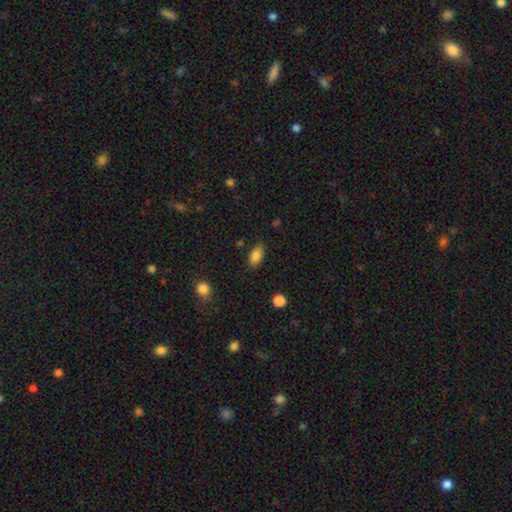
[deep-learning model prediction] smooth-or-featured: smooth: 85% | star or artifact: 9% | featured or disk: 6%
  how-rounded: in between: 90% | cigar-shaped: 5% | round: 5%
  merging: none: 83% | minor disturbance: 12% | major disturbance: 3% | merger: 2%